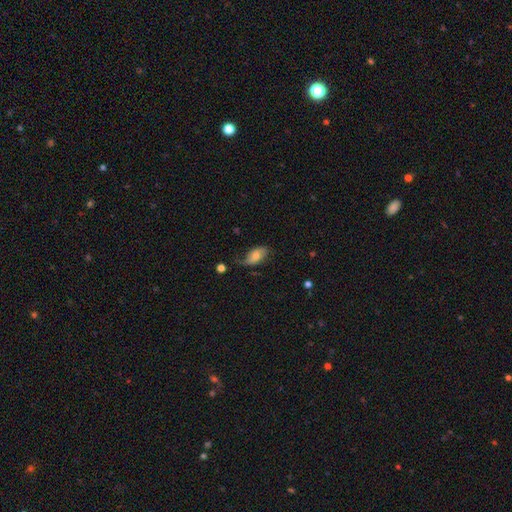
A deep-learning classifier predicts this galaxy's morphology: This appears to be a smooth galaxy with no disk features (48%). Merging: none (52%).